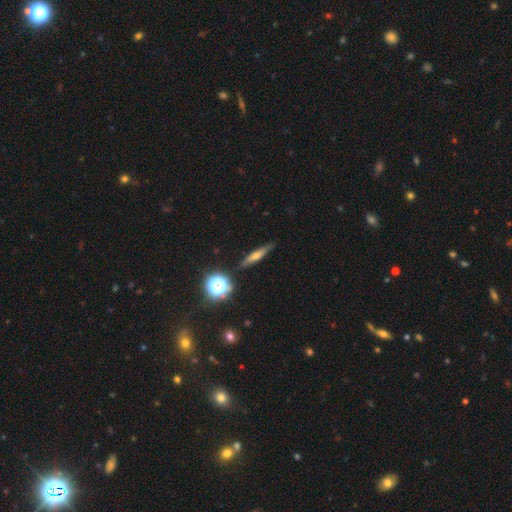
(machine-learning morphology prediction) Smooth or featured: featured or disk — 47% (smooth — 40%)
Merging: none — 88% (minor disturbance — 9%)